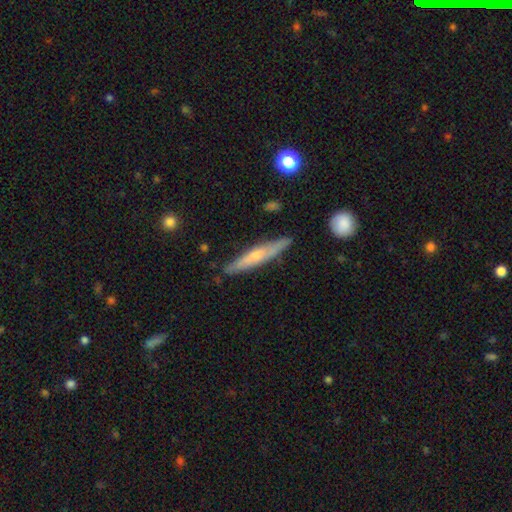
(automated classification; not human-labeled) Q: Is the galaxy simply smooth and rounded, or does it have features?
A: featured or disk — 50%.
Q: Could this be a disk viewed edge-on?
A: yes — 91%.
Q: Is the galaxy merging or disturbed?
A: none — 84%.